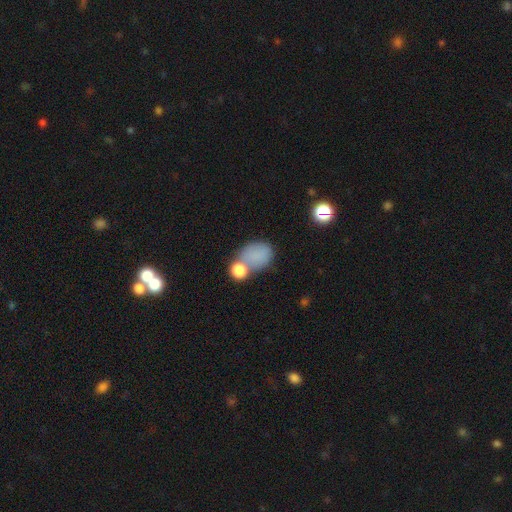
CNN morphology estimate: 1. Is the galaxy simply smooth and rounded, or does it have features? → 79% smooth, 12% star or artifact, 9% featured or disk.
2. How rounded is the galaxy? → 64% in between, 34% round, 1% cigar-shaped.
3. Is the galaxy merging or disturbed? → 41% none, 28% merger, 19% minor disturbance, 11% major disturbance.